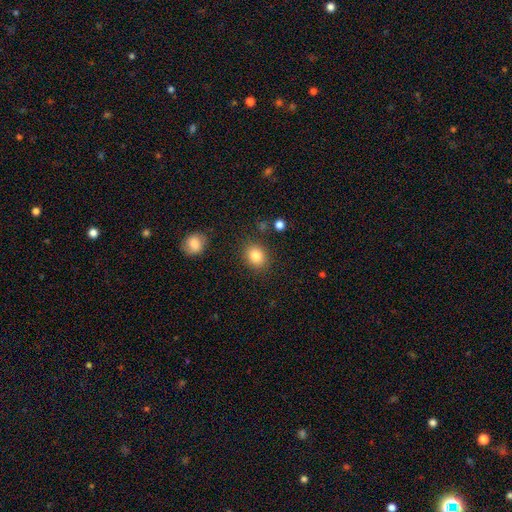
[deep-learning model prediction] Smooth or featured?
  - smooth: 85% *
  - star or artifact: 9%
  - featured or disk: 5%
How rounded?
  - round: 59% *
  - in between: 40%
  - cigar-shaped: 1%
Merging?
  - none: 85% *
  - minor disturbance: 9%
  - major disturbance: 3%
  - merger: 3%